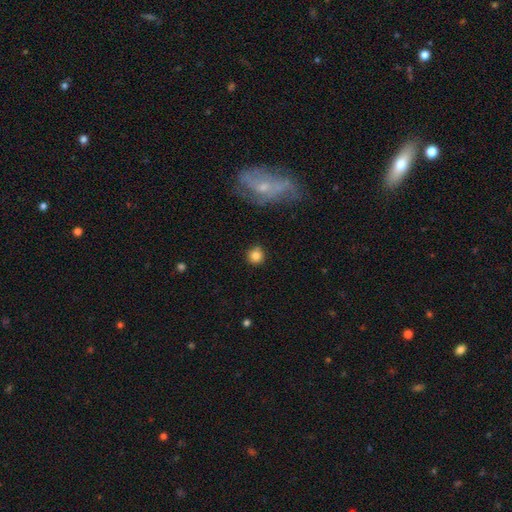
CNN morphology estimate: This appears to be a smooth galaxy with no disk features (83%) that is round (91%). Merging: none (85%).